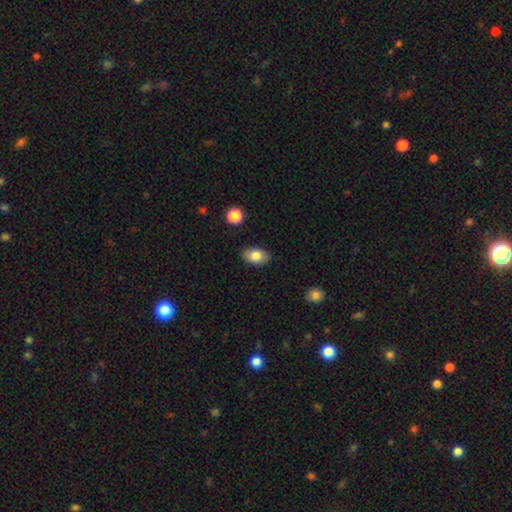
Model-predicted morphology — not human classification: Q: Smooth or featured?
A: smooth (82%); runner-up: featured or disk (10%)
Q: How rounded?
A: in between (88%); runner-up: round (11%)
Q: Merging?
A: none (87%); runner-up: minor disturbance (10%)